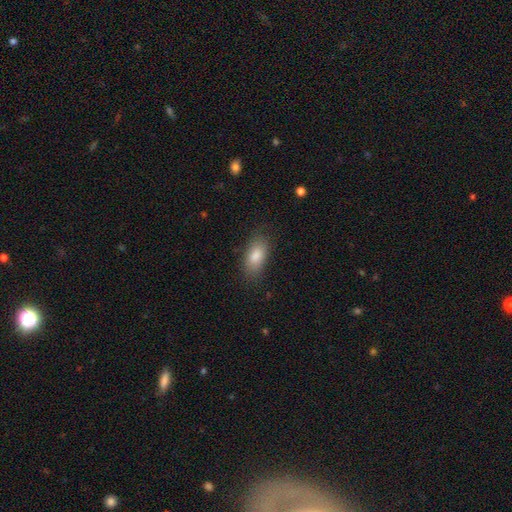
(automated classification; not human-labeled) This appears to be a smooth galaxy with no disk features (84%) that is in between round and cigar-shaped (88%). Merging: none (82%).